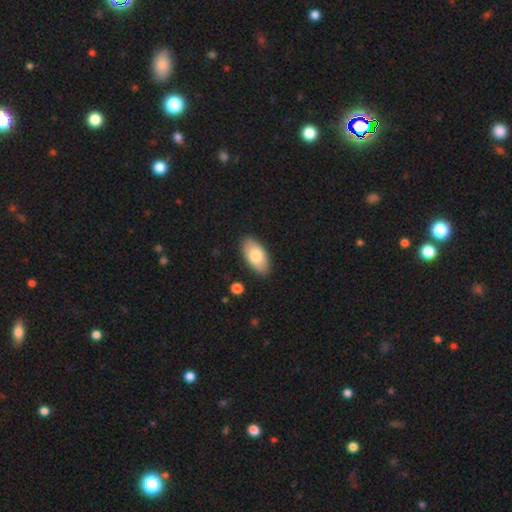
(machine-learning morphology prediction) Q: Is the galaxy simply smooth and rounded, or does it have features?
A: smooth — 77%.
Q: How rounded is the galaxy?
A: in between — 93%.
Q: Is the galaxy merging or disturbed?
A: none — 88%.